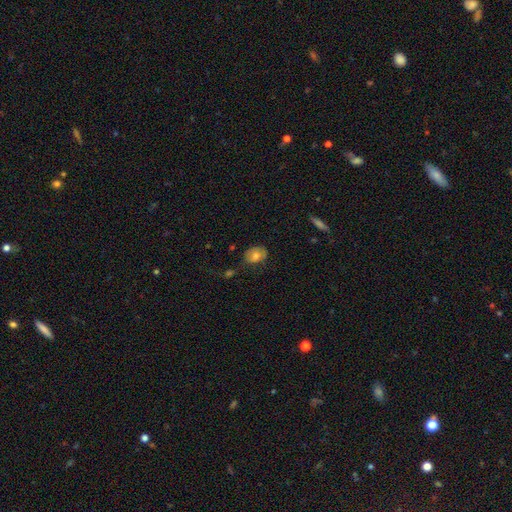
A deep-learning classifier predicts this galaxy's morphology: Smooth or featured? smooth (70%)
How rounded? in between (66%)
Merging? none (61%)